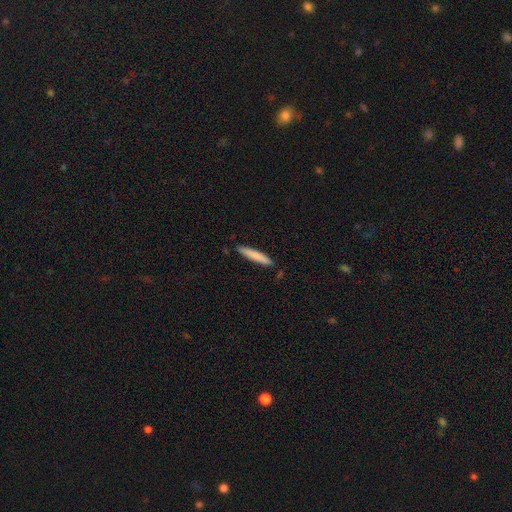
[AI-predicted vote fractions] Smooth or featured?
  - smooth: 77% *
  - featured or disk: 17%
  - star or artifact: 6%
How rounded?
  - cigar-shaped: 93% *
  - in between: 6%
  - round: 1%
Merging?
  - none: 87% *
  - minor disturbance: 9%
  - merger: 2%
  - major disturbance: 2%